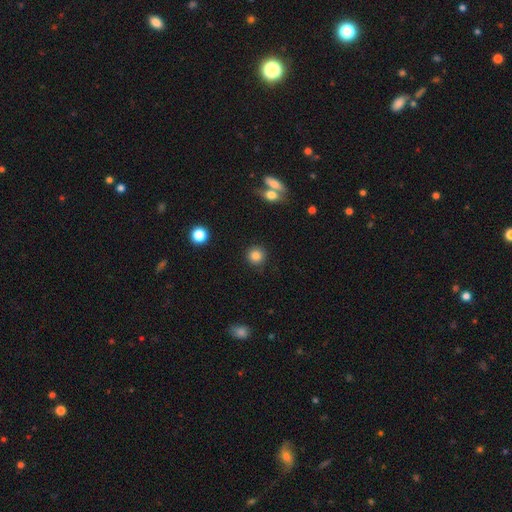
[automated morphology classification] Smooth or featured: smooth — 84% (star or artifact — 11%)
How rounded: round — 93% (in between — 6%)
Merging: none — 89% (minor disturbance — 6%)